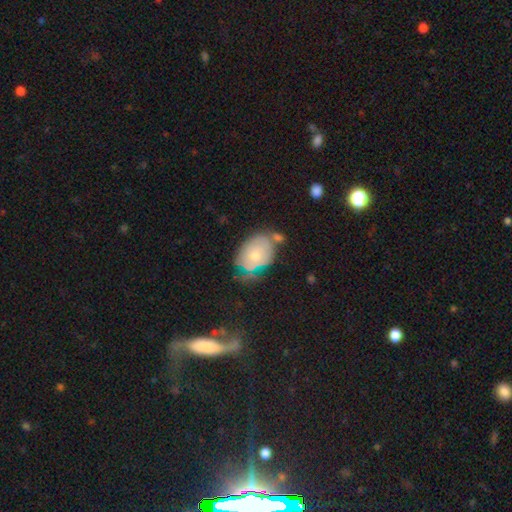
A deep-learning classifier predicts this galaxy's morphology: Smooth or featured? Predicted: smooth (p=0.61). How rounded? Predicted: in between (p=0.78). Merging? Predicted: none (p=0.48).